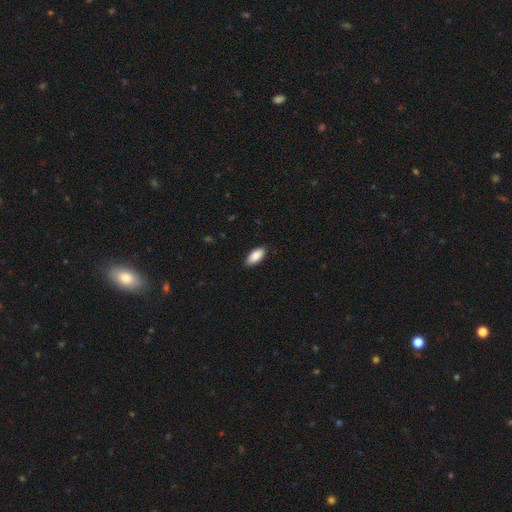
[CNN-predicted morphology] smooth_or_featured: smooth (p=0.88) [alt: star or artifact p=0.06]
how_rounded: in between (p=0.91) [alt: cigar-shaped p=0.07]
merging: none (p=0.88) [alt: minor disturbance p=0.09]